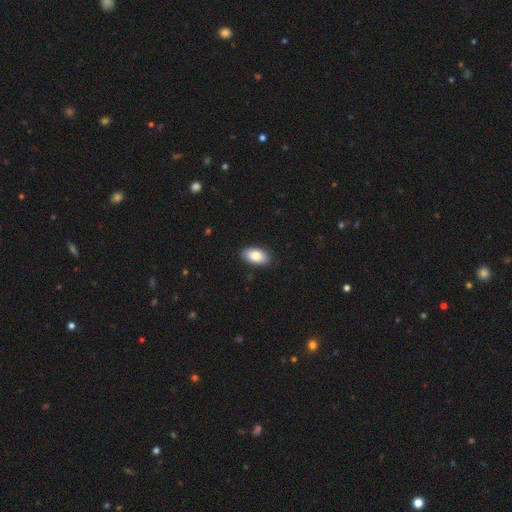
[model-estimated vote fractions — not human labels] Smooth or featured: smooth — 83% (featured or disk — 10%)
How rounded: in between — 94% (round — 4%)
Merging: none — 89% (minor disturbance — 9%)